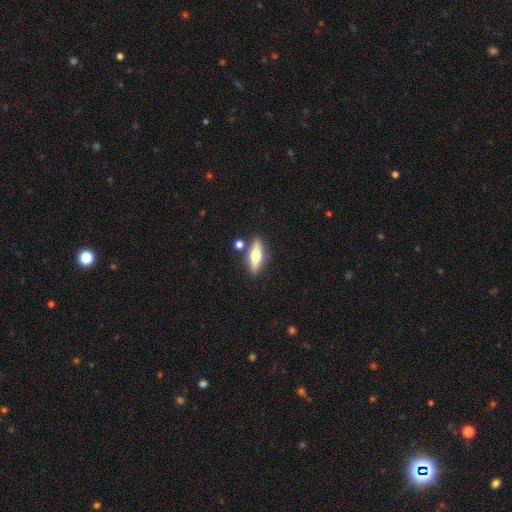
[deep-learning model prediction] Overall: featured or disk (47%; smooth 46%). Merging: none (80%).